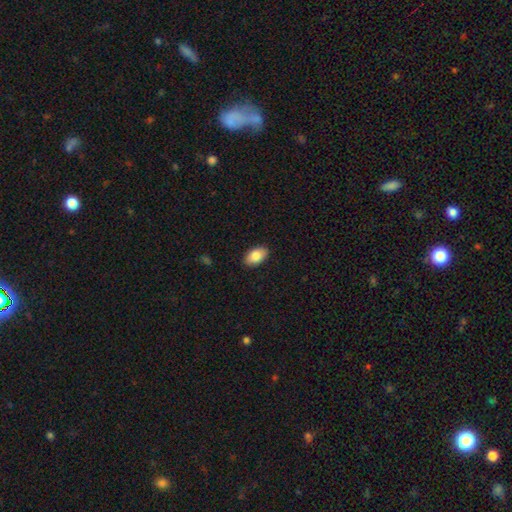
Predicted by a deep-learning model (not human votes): smooth_or_featured: smooth (p=0.85) [alt: featured or disk p=0.09]
how_rounded: in between (p=0.93) [alt: round p=0.05]
merging: none (p=0.89) [alt: minor disturbance p=0.09]